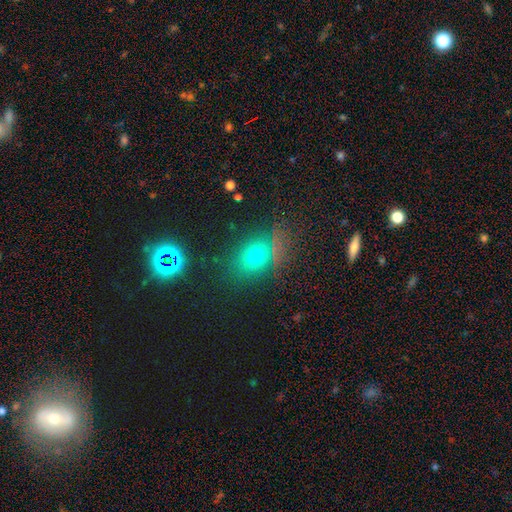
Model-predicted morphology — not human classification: smooth-or-featured: smooth: 68% | star or artifact: 22% | featured or disk: 10%
  how-rounded: in between: 61% | round: 36% | cigar-shaped: 3%
  merging: none: 81% | minor disturbance: 10% | merger: 4% | major disturbance: 4%